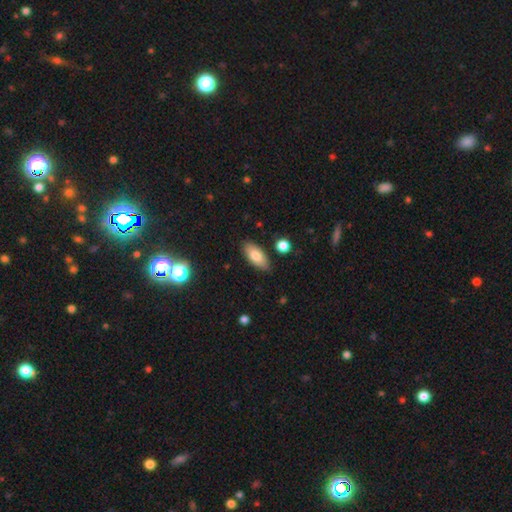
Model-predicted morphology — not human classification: A smooth galaxy with no disk features (80%) that is in between round and cigar-shaped (86%). Merging: none (83%).